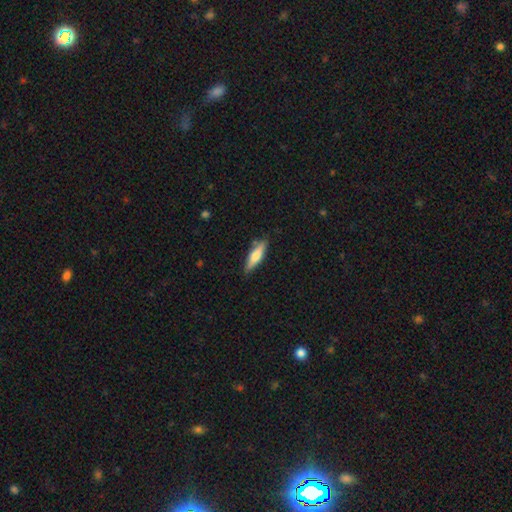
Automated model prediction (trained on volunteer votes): Overall: smooth (66%; featured or disk 28%). How rounded: cigar-shaped (68%; in between 30%). Merging: none (83%).